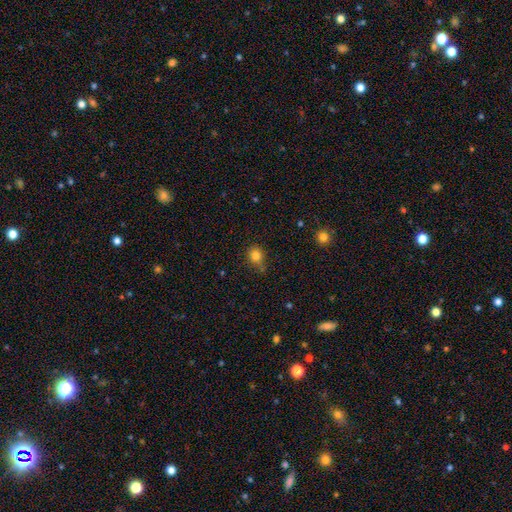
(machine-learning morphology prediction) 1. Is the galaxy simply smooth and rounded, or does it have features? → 81% smooth, 12% star or artifact, 6% featured or disk.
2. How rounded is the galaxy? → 75% round, 24% in between, 1% cigar-shaped.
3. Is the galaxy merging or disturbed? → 69% none, 21% minor disturbance, 6% merger, 5% major disturbance.